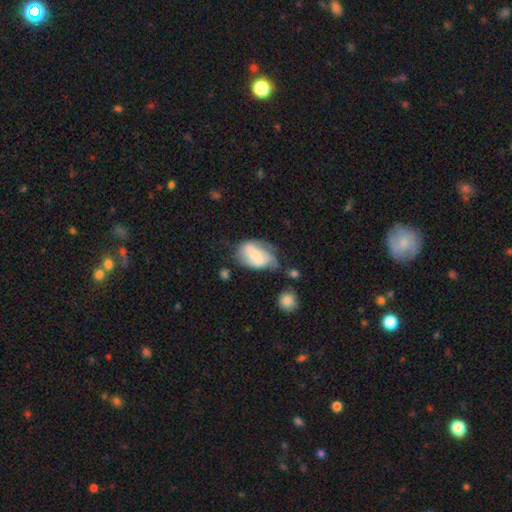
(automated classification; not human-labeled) Smooth or featured?
  - smooth: 52% *
  - featured or disk: 40%
  - star or artifact: 8%
How rounded?
  - in between: 85% *
  - round: 12%
  - cigar-shaped: 2%
Merging?
  - minor disturbance: 35% *
  - none: 33%
  - major disturbance: 24%
  - merger: 8%